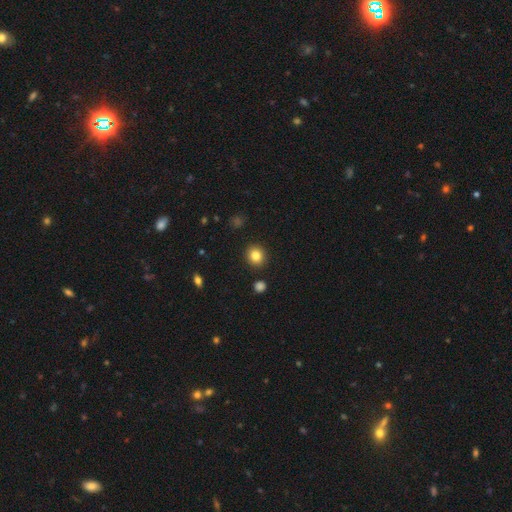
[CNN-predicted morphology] This is clearly a smooth galaxy (84%). How rounded: clearly round (87%). Merging: clearly none (91%).